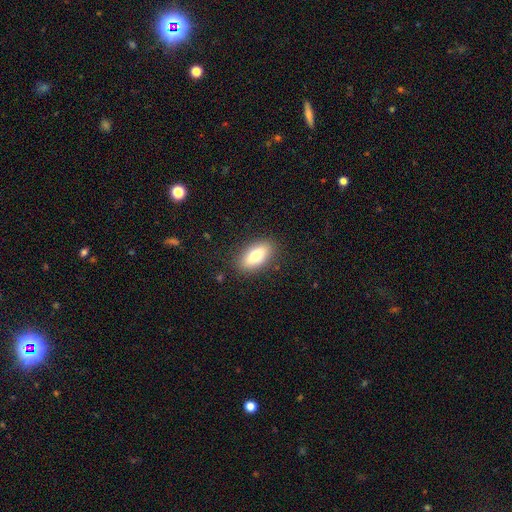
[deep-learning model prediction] This appears to be a smooth galaxy with no disk features (74%) that is in between round and cigar-shaped (87%). Merging: none (86%).